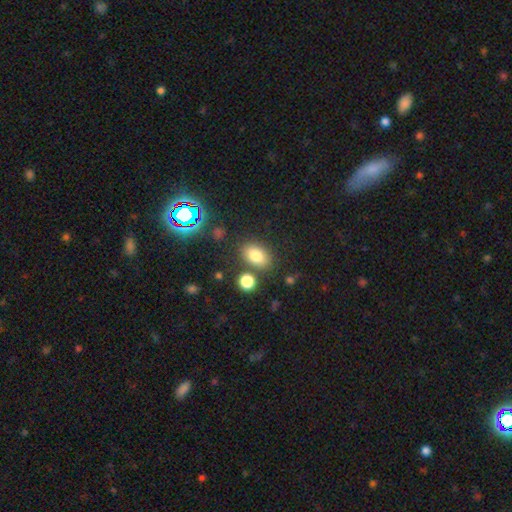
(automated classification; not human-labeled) This is likely a smooth galaxy (78%). How rounded: clearly in between (83%). Merging: likely none (78%).